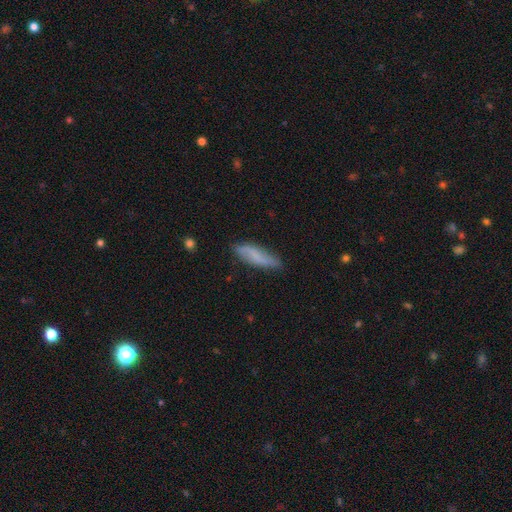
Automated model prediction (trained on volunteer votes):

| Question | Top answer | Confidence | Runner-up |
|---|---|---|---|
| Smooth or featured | smooth | 60% | featured or disk (33%) |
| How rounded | cigar-shaped | 62% | in between (36%) |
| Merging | none | 75% | minor disturbance (20%) |